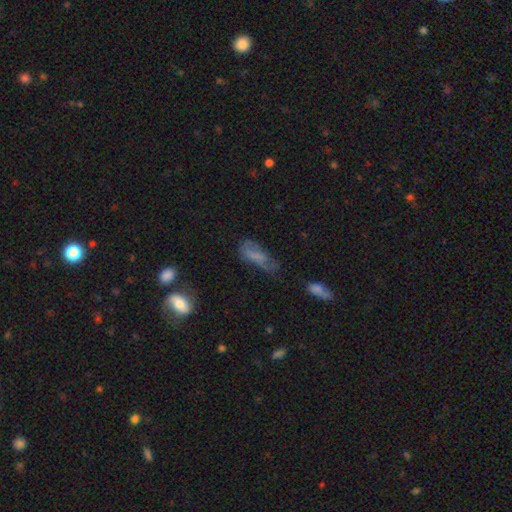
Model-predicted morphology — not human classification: type=smooth (56%); roundness=in between (67%); merging=none (40%).